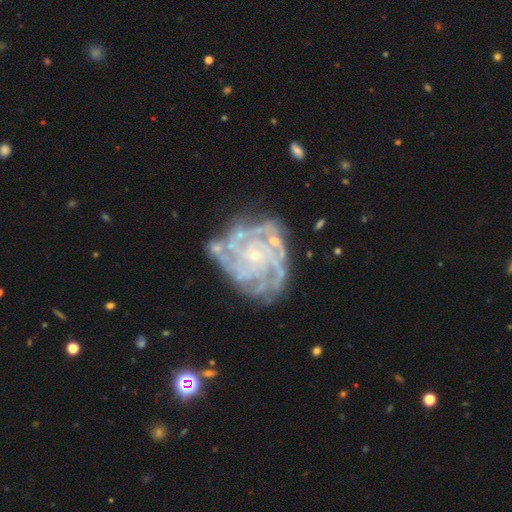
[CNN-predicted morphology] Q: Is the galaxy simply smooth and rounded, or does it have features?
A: featured or disk — 88%.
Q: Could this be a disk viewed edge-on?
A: no — 98%.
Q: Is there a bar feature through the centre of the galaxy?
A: no — 78%.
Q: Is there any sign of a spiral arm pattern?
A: yes — 96%.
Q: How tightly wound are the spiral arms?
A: tight — 71%.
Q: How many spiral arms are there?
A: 4 — 28%.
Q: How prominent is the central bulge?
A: small — 84%.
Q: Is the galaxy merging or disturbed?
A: none — 68%.